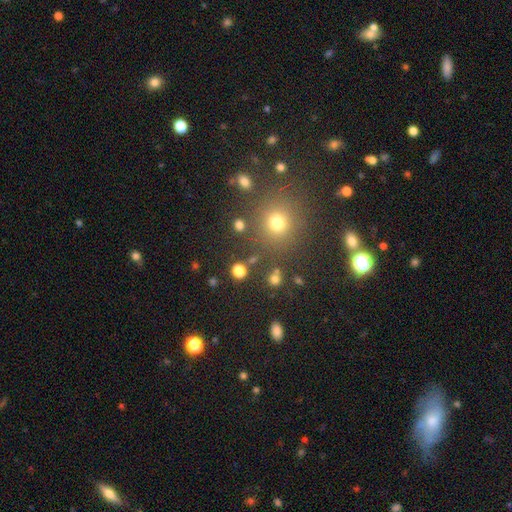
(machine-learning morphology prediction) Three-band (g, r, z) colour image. It shows a smooth galaxy with no disk features (56%) that is round (91%). Merging: none (84%).